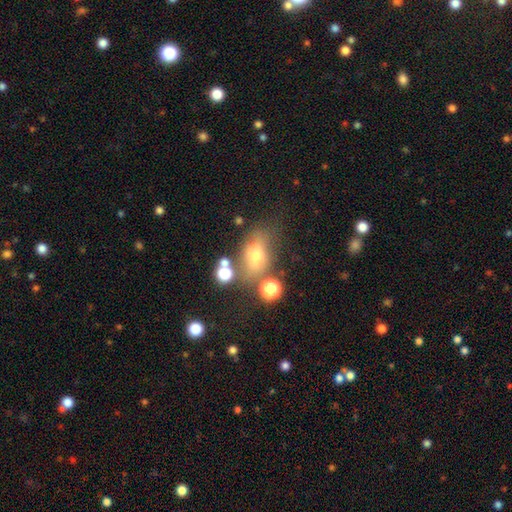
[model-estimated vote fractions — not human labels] Smooth or featured? smooth (62%)
How rounded? in between (75%)
Merging? none (56%)